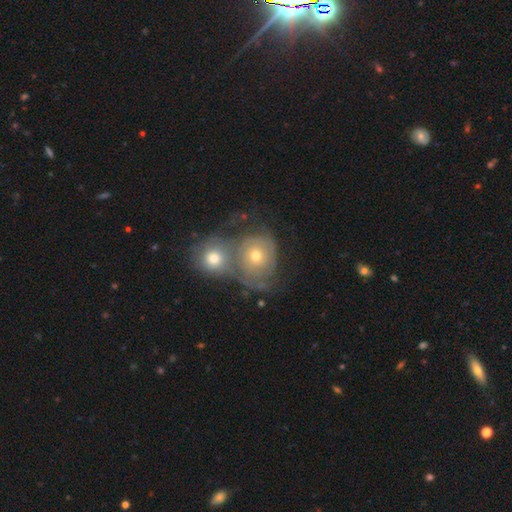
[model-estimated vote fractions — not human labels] Smooth or featured?
  - featured or disk: 52% *
  - smooth: 36%
  - star or artifact: 12%
Edge-on disk?
  - no: 96% *
  - yes: 4%
Merging?
  - merger: 54% *
  - none: 28%
  - minor disturbance: 10%
  - major disturbance: 7%